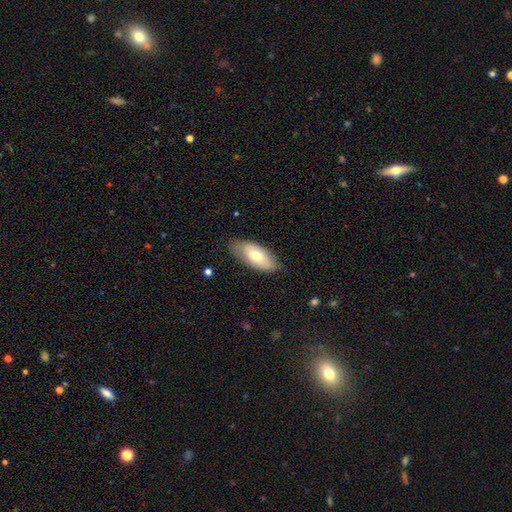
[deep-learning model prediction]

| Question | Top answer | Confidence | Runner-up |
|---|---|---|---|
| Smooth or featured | smooth | 66% | featured or disk (28%) |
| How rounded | in between | 88% | cigar-shaped (9%) |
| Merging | none | 79% | minor disturbance (17%) |